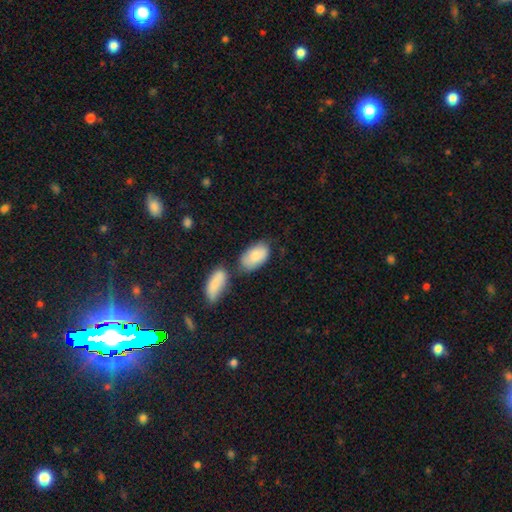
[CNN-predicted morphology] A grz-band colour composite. It shows a smooth galaxy with no disk features (82%) that is in between round and cigar-shaped (94%). Merging: none (49%).